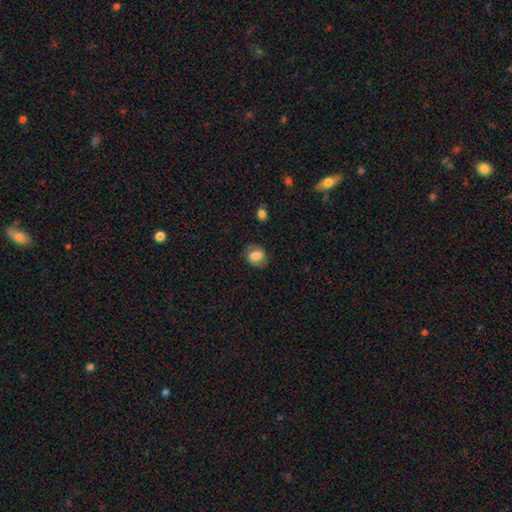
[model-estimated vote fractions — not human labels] A smooth galaxy with no disk features (66%) that is in between round and cigar-shaped (56%). Merging: none (74%).